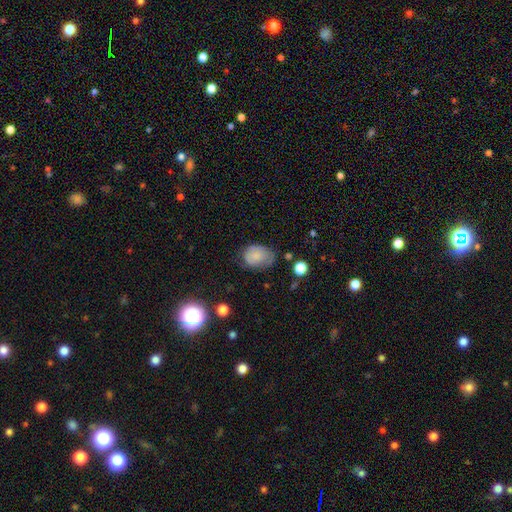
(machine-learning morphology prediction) A smooth galaxy with no disk features (78%) that is in between round and cigar-shaped (71%). Merging: none (53%).